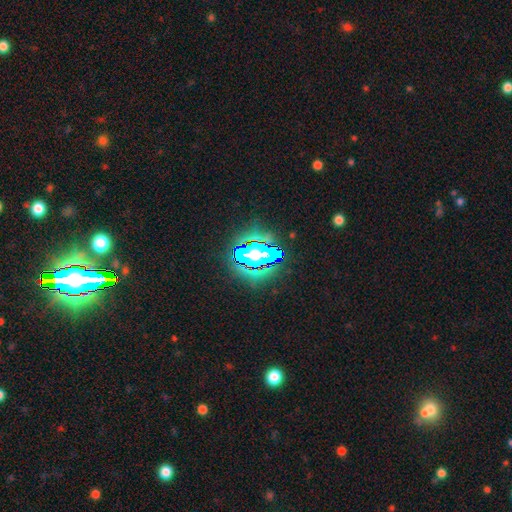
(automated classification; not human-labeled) Morphology: type=star or artifact (69%).